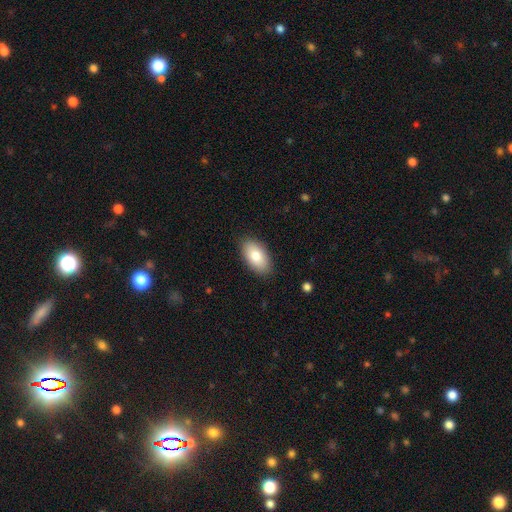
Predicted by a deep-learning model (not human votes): This is clearly a smooth galaxy (81%). How rounded: clearly in between (94%). Merging: clearly none (88%).